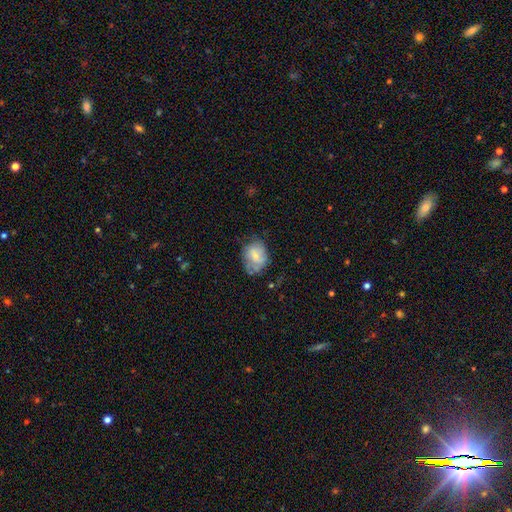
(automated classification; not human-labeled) Smooth or featured?
  - smooth: 56% *
  - featured or disk: 36%
  - star or artifact: 8%
How rounded?
  - in between: 55% *
  - round: 44%
  - cigar-shaped: 1%
Merging?
  - none: 54% *
  - minor disturbance: 30%
  - major disturbance: 13%
  - merger: 3%